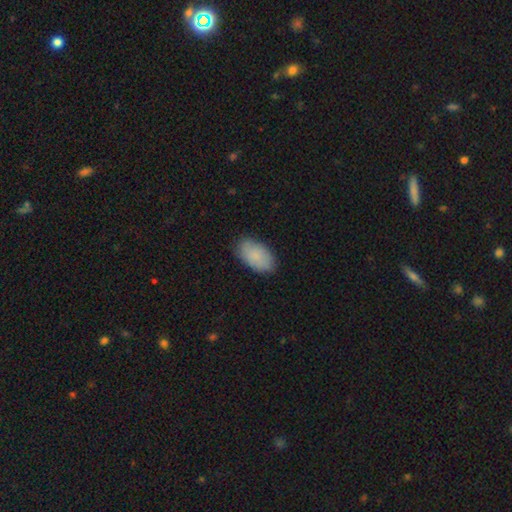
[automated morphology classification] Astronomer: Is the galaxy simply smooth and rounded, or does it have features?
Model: smooth — 86%.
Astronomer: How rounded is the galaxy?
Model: in between — 95%.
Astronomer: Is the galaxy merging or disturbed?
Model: none — 84%.